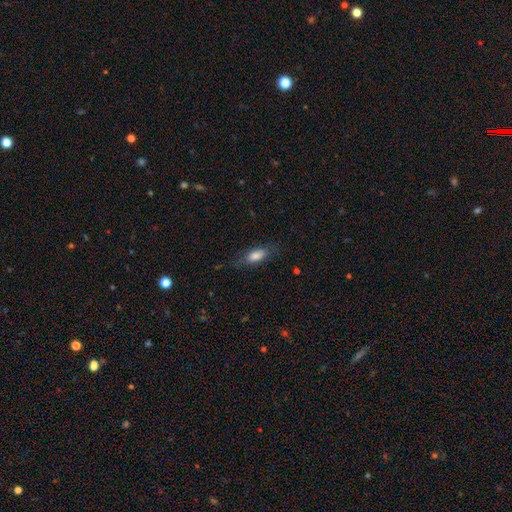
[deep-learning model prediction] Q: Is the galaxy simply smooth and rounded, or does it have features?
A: smooth — 75%.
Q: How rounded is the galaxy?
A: in between — 77%.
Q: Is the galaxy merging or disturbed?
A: none — 68%.